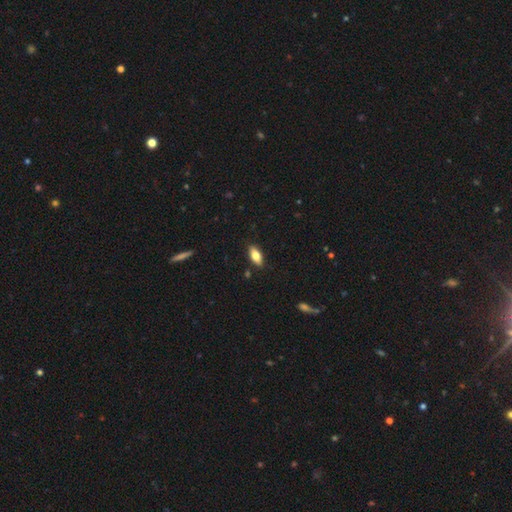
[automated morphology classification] A smooth galaxy with no disk features (75%) that is in between round and cigar-shaped (83%).

Vote fractions:
- Smooth or featured? smooth: 75% / featured or disk: 18% / star or artifact: 7%
- How rounded? in between: 83% / cigar-shaped: 14% / round: 3%
- Merging? none: 87% / minor disturbance: 10% / major disturbance: 2% / merger: 1%